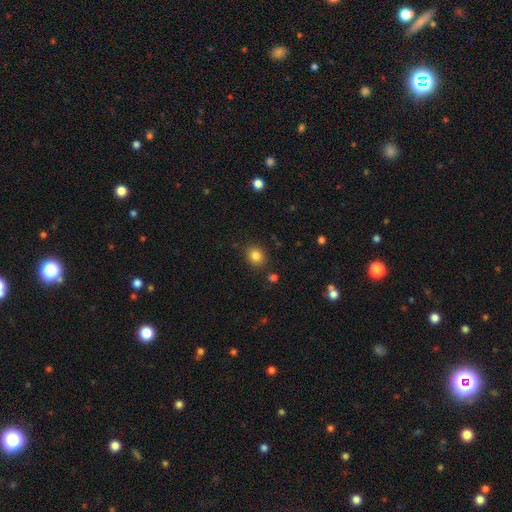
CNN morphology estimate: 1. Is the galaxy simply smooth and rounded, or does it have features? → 83% smooth, 11% star or artifact, 5% featured or disk.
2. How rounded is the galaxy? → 70% round, 30% in between, 1% cigar-shaped.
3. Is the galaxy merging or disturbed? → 86% none, 9% minor disturbance, 3% merger, 3% major disturbance.